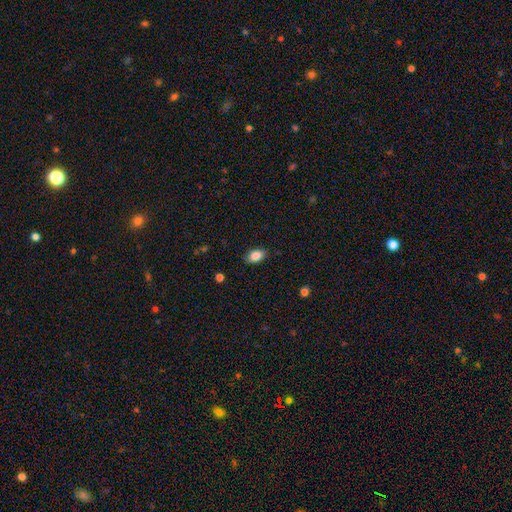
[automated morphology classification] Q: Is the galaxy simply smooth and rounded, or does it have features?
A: smooth — 86%.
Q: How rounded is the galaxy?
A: in between — 90%.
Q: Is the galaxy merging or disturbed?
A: none — 87%.